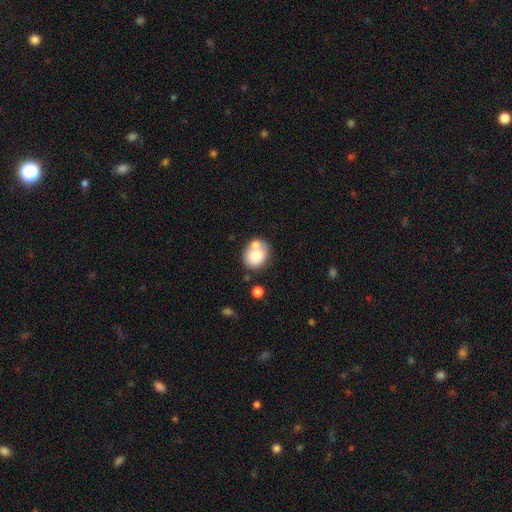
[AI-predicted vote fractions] Q: Smooth or featured?
A: smooth (76%); runner-up: featured or disk (16%)
Q: How rounded?
A: round (59%); runner-up: in between (41%)
Q: Merging?
A: none (48%); runner-up: merger (33%)